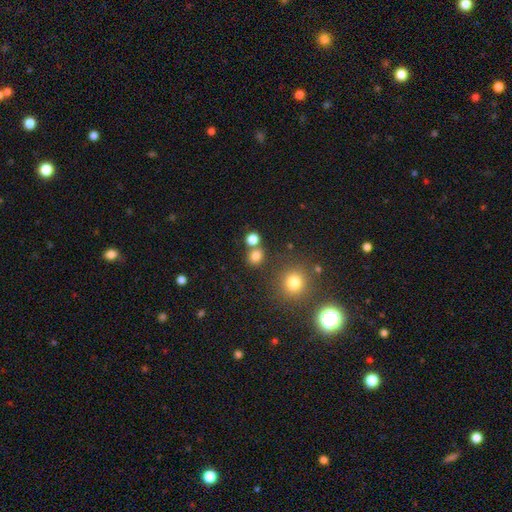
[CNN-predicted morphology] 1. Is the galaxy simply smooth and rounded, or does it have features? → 78% smooth, 16% star or artifact, 6% featured or disk.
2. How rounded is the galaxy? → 79% round, 20% in between, 1% cigar-shaped.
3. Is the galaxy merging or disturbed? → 69% none, 19% merger, 8% minor disturbance, 3% major disturbance.